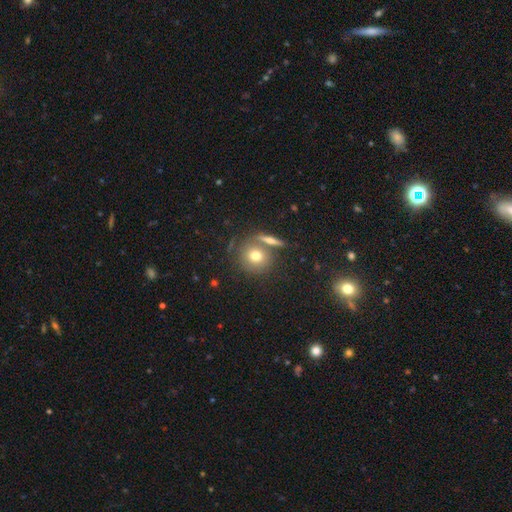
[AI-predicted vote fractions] Smooth or featured?
  - smooth: 72% *
  - featured or disk: 17%
  - star or artifact: 11%
How rounded?
  - round: 86% *
  - in between: 12%
  - cigar-shaped: 2%
Merging?
  - none: 66% *
  - merger: 20%
  - minor disturbance: 10%
  - major disturbance: 4%